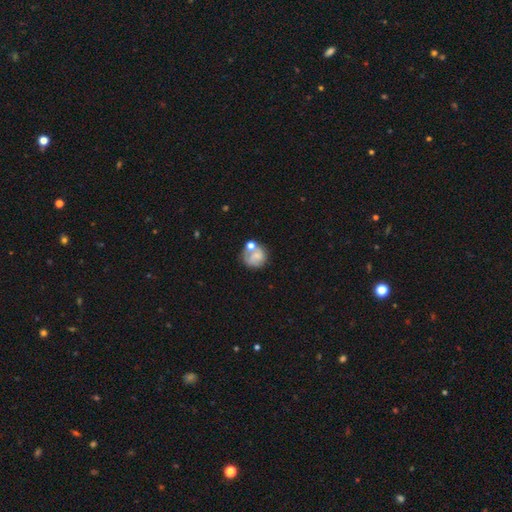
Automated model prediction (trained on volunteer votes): smooth_or_featured: smooth (p=0.57) [alt: featured or disk p=0.33]
how_rounded: round (p=0.78) [alt: in between p=0.21]
merging: none (p=0.44) [alt: merger p=0.25]